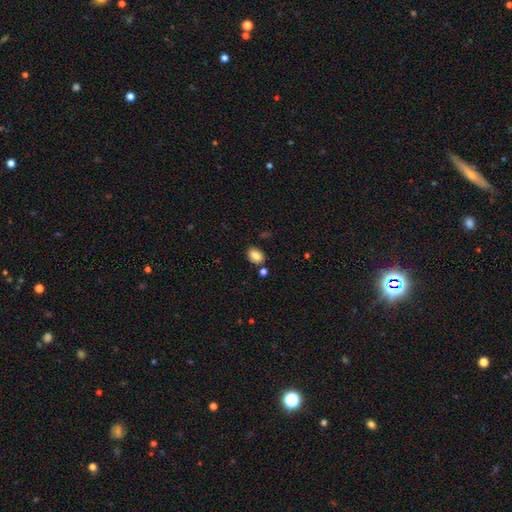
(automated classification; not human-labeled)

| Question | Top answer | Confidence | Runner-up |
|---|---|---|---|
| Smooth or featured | smooth | 85% | star or artifact (9%) |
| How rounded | in between | 78% | round (20%) |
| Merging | none | 77% | minor disturbance (12%) |